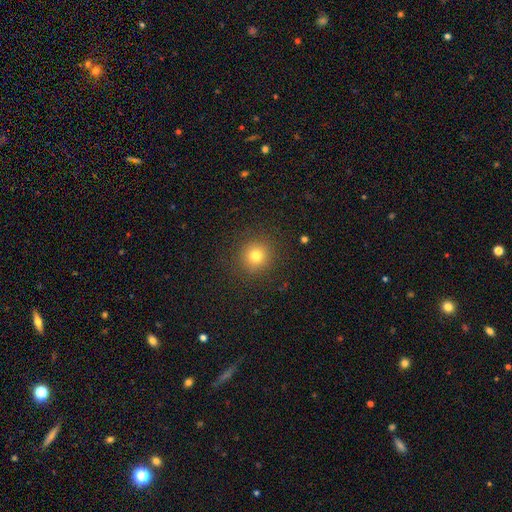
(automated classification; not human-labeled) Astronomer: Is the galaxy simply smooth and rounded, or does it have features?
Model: smooth — 77%.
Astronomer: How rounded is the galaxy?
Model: round — 94%.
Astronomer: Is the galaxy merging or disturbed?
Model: none — 89%.